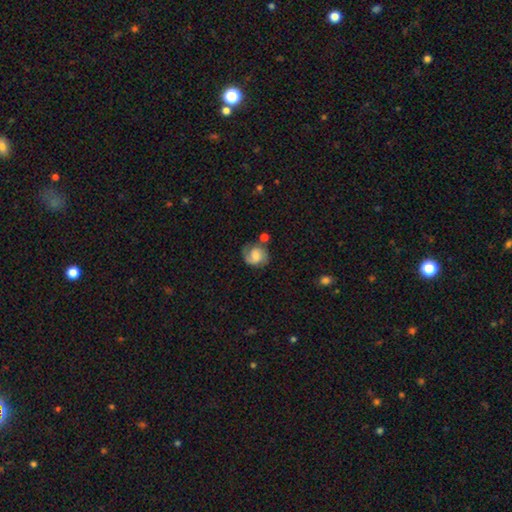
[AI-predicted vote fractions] Smooth or featured? Predicted: featured or disk (p=0.52). Edge-on disk? Predicted: no (p=0.97). Bar? Predicted: no (p=0.49). Spiral arms? Predicted: yes (p=0.88). Bulge size? Predicted: moderate (p=0.30). Merging? Predicted: none (p=0.54).